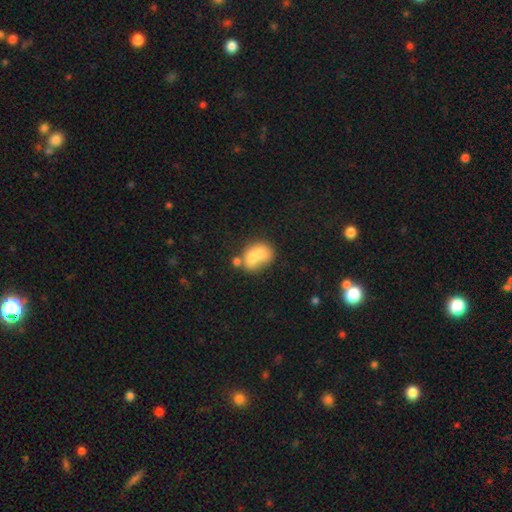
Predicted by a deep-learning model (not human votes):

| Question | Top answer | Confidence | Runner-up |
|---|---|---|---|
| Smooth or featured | smooth | 66% | featured or disk (25%) |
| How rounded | in between | 53% | round (46%) |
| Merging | merger | 63% | none (23%) |